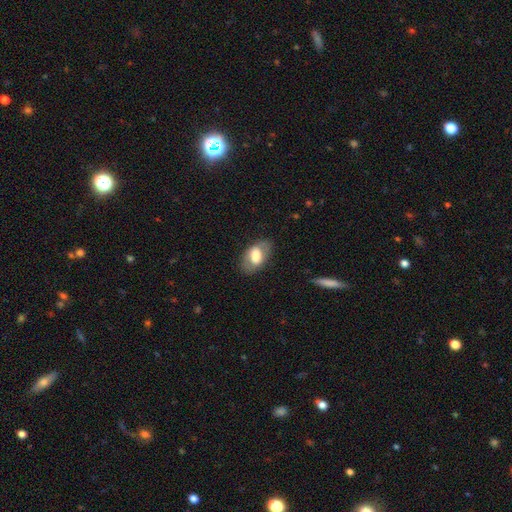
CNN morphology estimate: This appears to be a smooth galaxy with no disk features (62%) that is in between round and cigar-shaped (92%). Merging: none (77%).